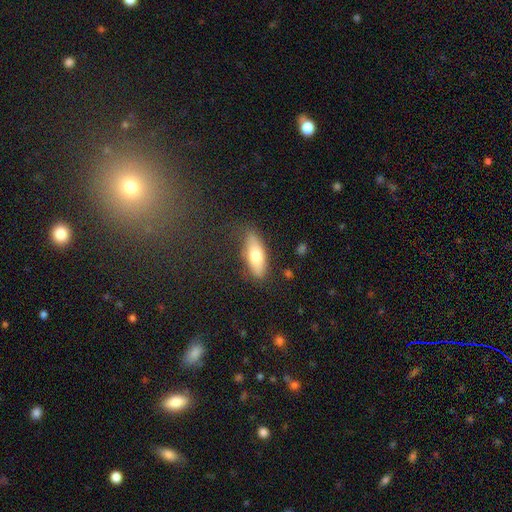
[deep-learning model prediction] smooth_or_featured: smooth (p=0.72) [alt: featured or disk p=0.22]
how_rounded: in between (p=0.61) [alt: cigar-shaped p=0.36]
merging: none (p=0.73) [alt: minor disturbance p=0.19]